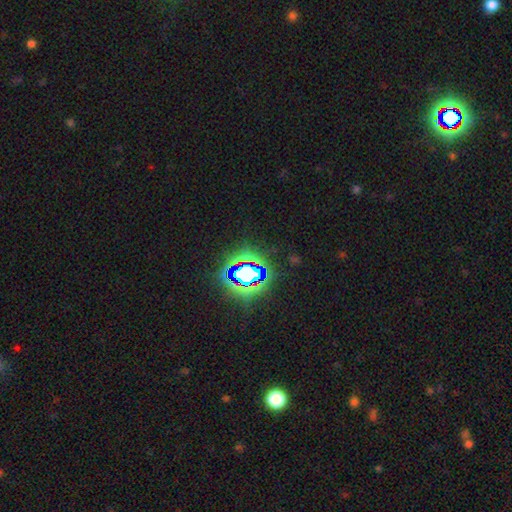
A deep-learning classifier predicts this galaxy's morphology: smooth-or-featured: star or artifact: 81% | smooth: 12% | featured or disk: 7%